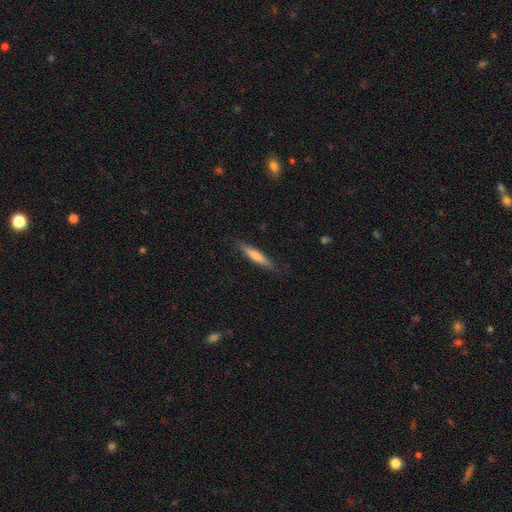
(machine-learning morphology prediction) A smooth galaxy with no disk features (57%) that is cigar-shaped (91%).

Vote fractions:
- Smooth or featured? smooth: 57% / featured or disk: 37% / star or artifact: 6%
- How rounded? cigar-shaped: 91% / in between: 8% / round: 1%
- Merging? none: 85% / minor disturbance: 12% / major disturbance: 2% / merger: 1%